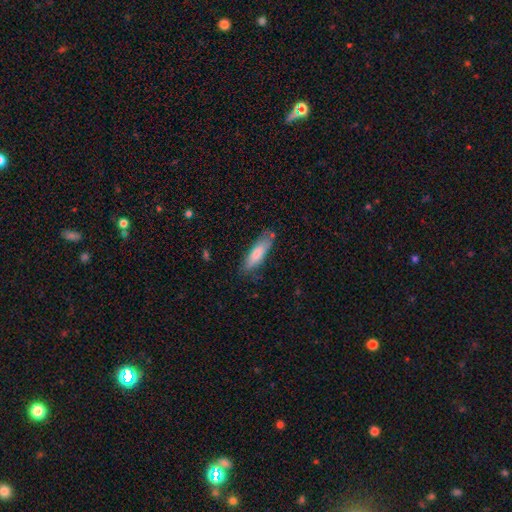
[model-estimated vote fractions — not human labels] The model was most divided on "how rounded": cigar-shaped: 61%, in between: 37%, round: 1%. More confident: smooth or featured — smooth (78%); merging — none (73%).